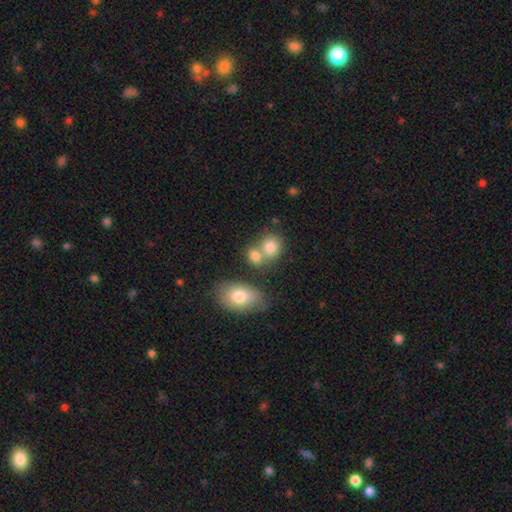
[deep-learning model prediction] Smooth or featured? Predicted: smooth (p=0.63). How rounded? Predicted: in between (p=0.73). Merging? Predicted: none (p=0.67).